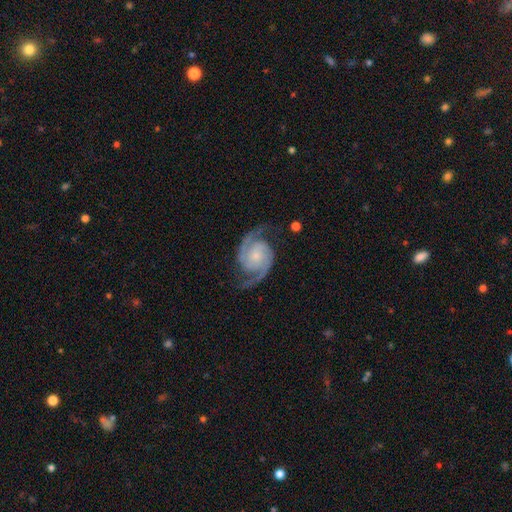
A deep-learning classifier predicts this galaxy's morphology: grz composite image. It shows a featured or disk galaxy (93%) with no bar (69%), 2 (94%) medium (56%) spiral arms (99%) and a small central bulge (64%). Merging: none (80%).